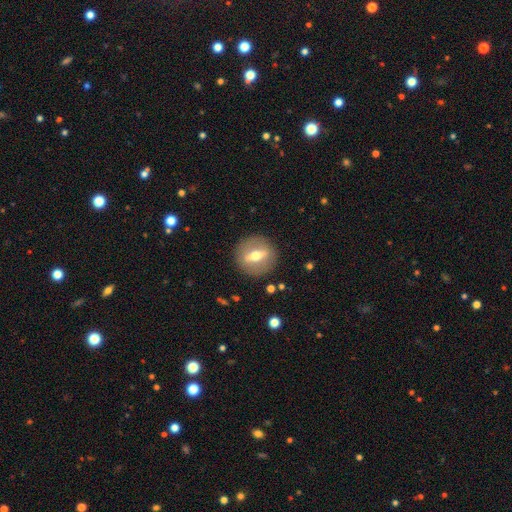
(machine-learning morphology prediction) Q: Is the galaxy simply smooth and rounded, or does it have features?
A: featured or disk — 58%.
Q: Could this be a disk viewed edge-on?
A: no — 61%.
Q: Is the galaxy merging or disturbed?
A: none — 88%.